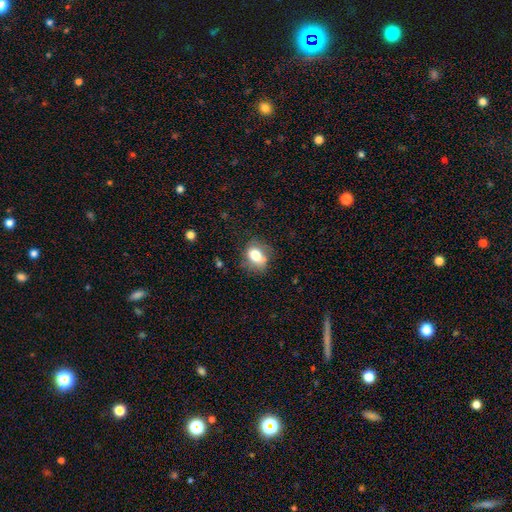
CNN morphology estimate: smooth-or-featured: smooth: 75% | featured or disk: 15% | star or artifact: 10%
  how-rounded: in between: 64% | round: 34% | cigar-shaped: 2%
  merging: none: 70% | minor disturbance: 22% | major disturbance: 7% | merger: 2%